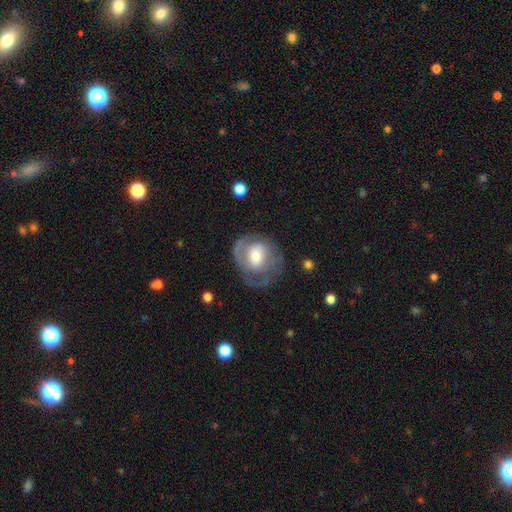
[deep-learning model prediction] Smooth or featured: featured or disk — 63% (smooth — 30%)
Edge-on disk: no — 96% (yes — 4%)
Bar: no — 50% (weak — 37%)
Spiral arms: yes — 69% (no — 31%)
Bulge size: moderate — 54% (small — 27%)
Merging: none — 58% (minor disturbance — 21%)